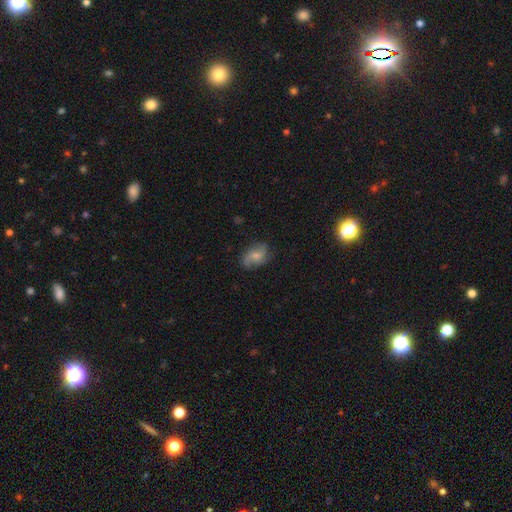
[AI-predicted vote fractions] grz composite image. It shows a featured or disk galaxy (48%). Merging: none (67%).